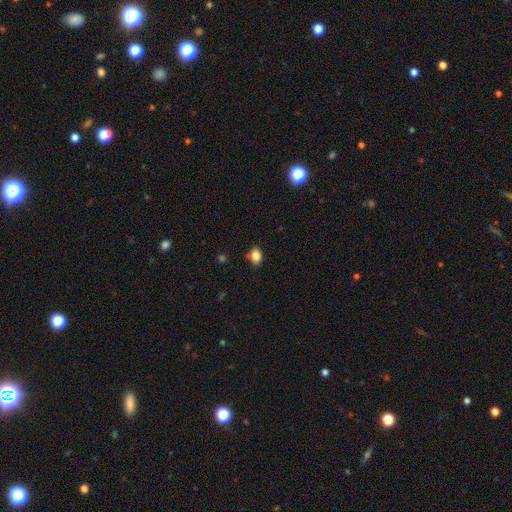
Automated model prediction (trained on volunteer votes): smooth_or_featured: smooth (p=0.85) [alt: star or artifact p=0.10]
how_rounded: in between (p=0.62) [alt: round p=0.37]
merging: none (p=0.82) [alt: minor disturbance p=0.14]